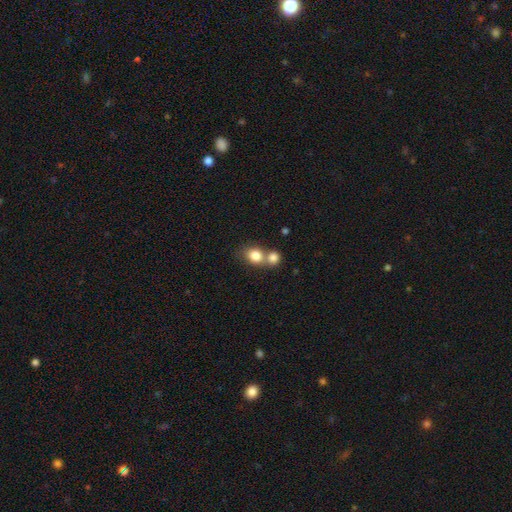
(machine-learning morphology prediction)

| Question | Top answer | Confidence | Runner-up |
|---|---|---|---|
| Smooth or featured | smooth | 81% | featured or disk (9%) |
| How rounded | round | 59% | in between (39%) |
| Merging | merger | 55% | none (34%) |